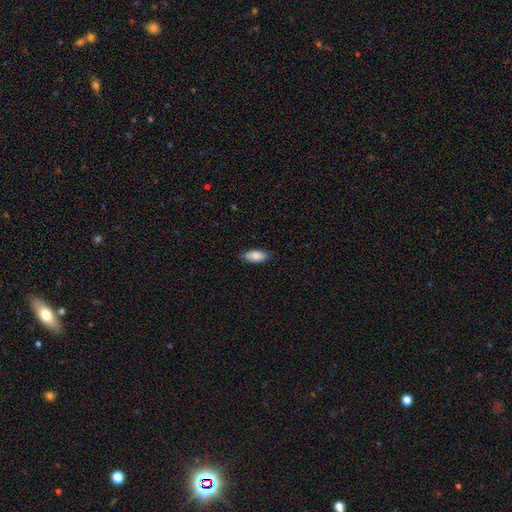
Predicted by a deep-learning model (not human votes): Smooth or featured: smooth — 86% (featured or disk — 8%)
How rounded: in between — 88% (cigar-shaped — 10%)
Merging: none — 83% (minor disturbance — 14%)